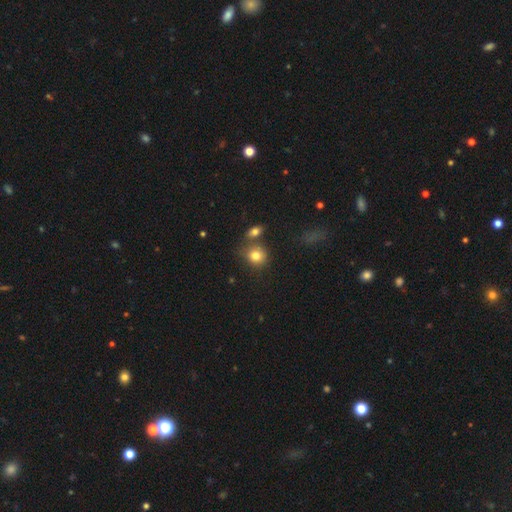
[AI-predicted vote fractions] Smooth or featured: smooth — 80% (star or artifact — 11%)
How rounded: round — 78% (in between — 21%)
Merging: none — 60% (merger — 22%)